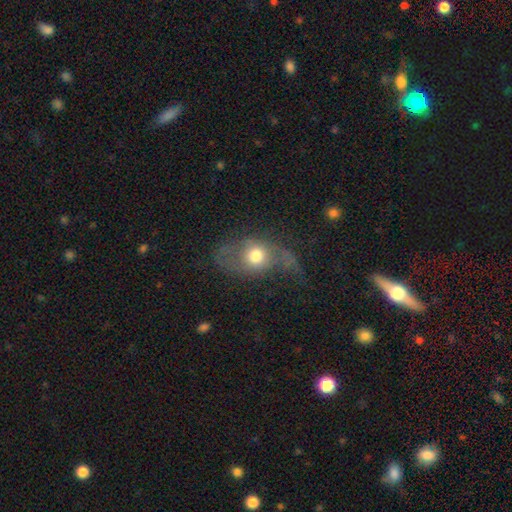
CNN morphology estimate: This appears to be a smooth galaxy with no disk features (53%) that is in between round and cigar-shaped (57%). Merging: major disturbance (44%).